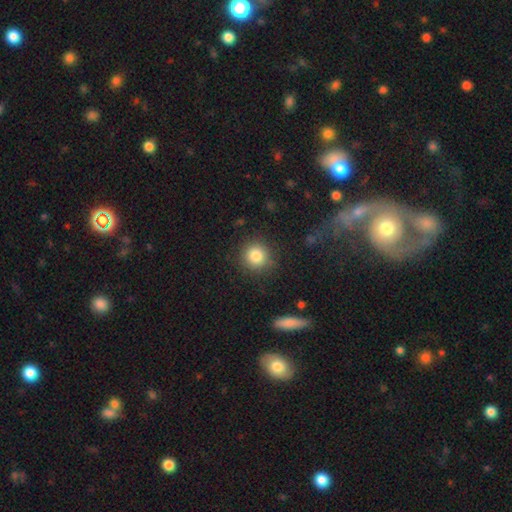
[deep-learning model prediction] A smooth galaxy with no disk features (84%) that is round (92%). Merging: none (85%).